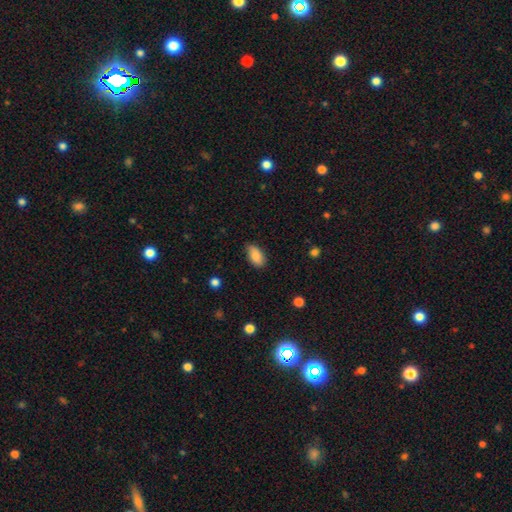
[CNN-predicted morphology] type=smooth (87%); roundness=in between (93%); merging=none (78%).